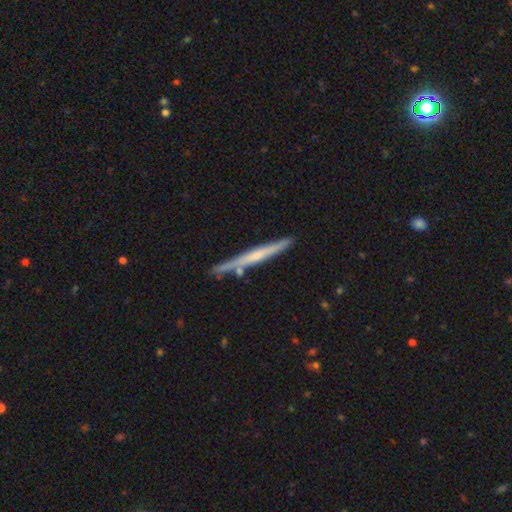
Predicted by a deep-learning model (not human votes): A featured or disk galaxy (57%) viewed edge-on (96%) with no central bulge (60%).

Vote fractions:
- Smooth or featured? featured or disk: 57% / smooth: 38% / star or artifact: 6%
- Edge-on disk? yes: 96% / no: 4%
- Edge-on bulge? none: 60% / rounded: 31% / boxy: 9%
- Merging? none: 82% / minor disturbance: 11% / merger: 4% / major disturbance: 2%